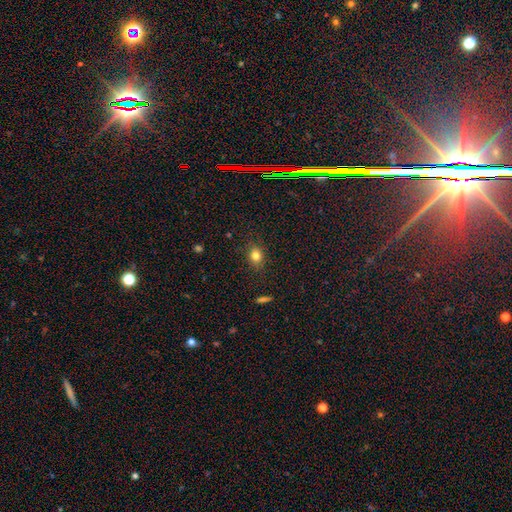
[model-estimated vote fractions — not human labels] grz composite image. It shows a smooth galaxy with no disk features (81%) that is round (50%). Merging: none (85%).